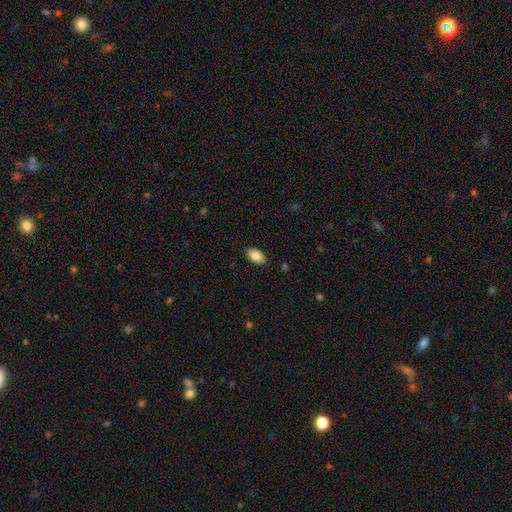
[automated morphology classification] Smooth or featured: smooth — 86% (star or artifact — 7%)
How rounded: in between — 93% (round — 5%)
Merging: none — 88% (minor disturbance — 9%)